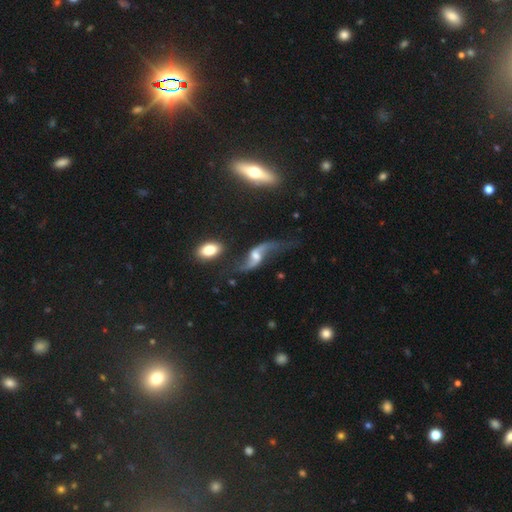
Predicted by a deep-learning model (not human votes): smooth_or_featured: featured or disk (p=0.88) [alt: smooth p=0.06]
disk_edge_on: no (p=0.93) [alt: yes p=0.07]
bar: no (p=0.46) [alt: weak p=0.39]
has_spiral_arms: yes (p=0.95) [alt: no p=0.05]
spiral_winding: loose (p=0.92) [alt: medium p=0.06]
spiral_arm_count: 2 (p=0.94) [alt: 1 p=0.02]
bulge_size: moderate (p=0.45) [alt: small p=0.37]
merging: none (p=0.64) [alt: minor disturbance p=0.17]